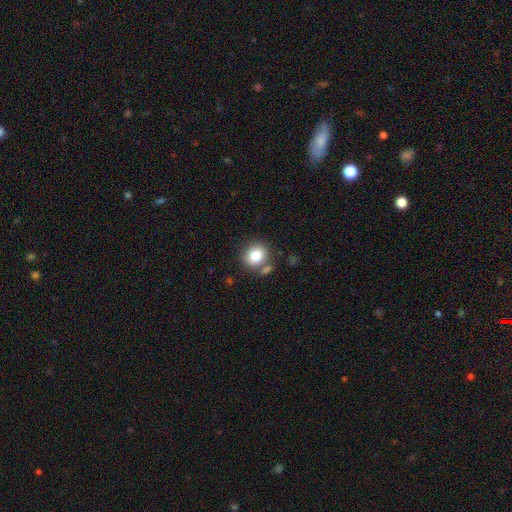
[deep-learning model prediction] A smooth galaxy with no disk features (84%) that is round (67%).

Vote fractions:
- Smooth or featured? smooth: 84% / star or artifact: 9% / featured or disk: 6%
- How rounded? round: 67% / in between: 32% / cigar-shaped: 1%
- Merging? none: 68% / minor disturbance: 14% / merger: 13% / major disturbance: 5%